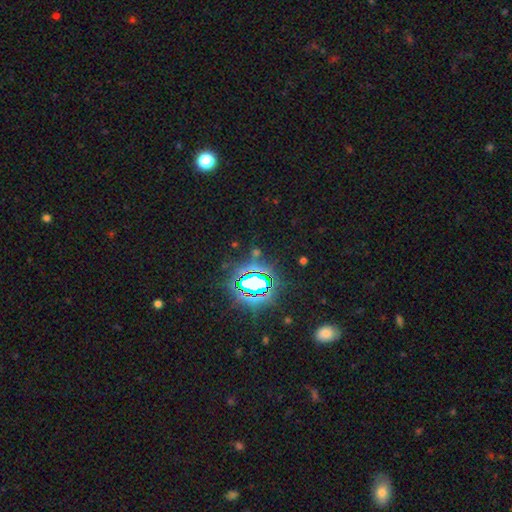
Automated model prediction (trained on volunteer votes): A star or artifact, not a galaxy (76%).

Vote fractions:
- Smooth or featured? star or artifact: 76% / smooth: 15% / featured or disk: 8%